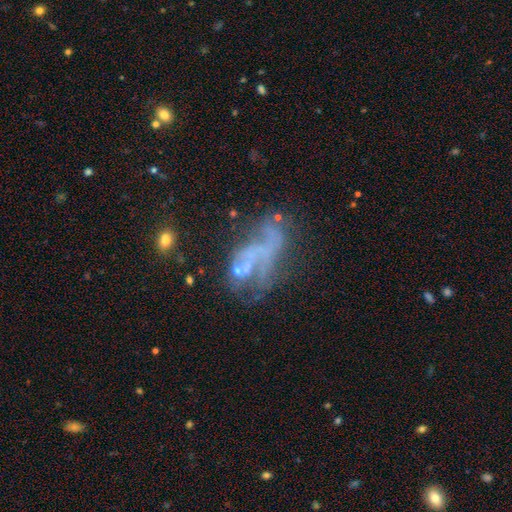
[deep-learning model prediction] Smooth or featured? Predicted: featured or disk (p=0.56). Edge-on disk? Predicted: no (p=0.93). Bar? Predicted: no (p=0.86). Spiral arms? Predicted: no (p=0.84). Bulge size? Predicted: none (p=0.79). Merging? Predicted: major disturbance (p=0.38).